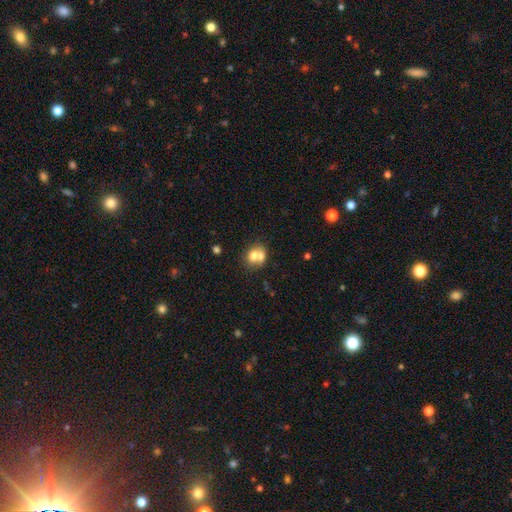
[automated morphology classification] Smooth or featured? smooth (68%)
How rounded? round (58%)
Merging? merger (60%)